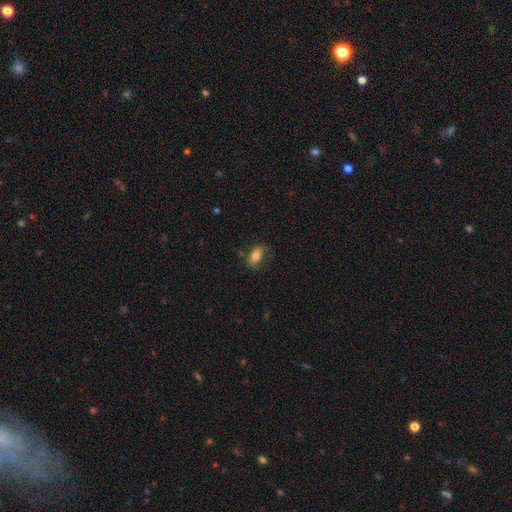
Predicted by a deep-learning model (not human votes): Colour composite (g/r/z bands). It shows a smooth galaxy with no disk features (70%) that is in between round and cigar-shaped (88%). Merging: none (67%).